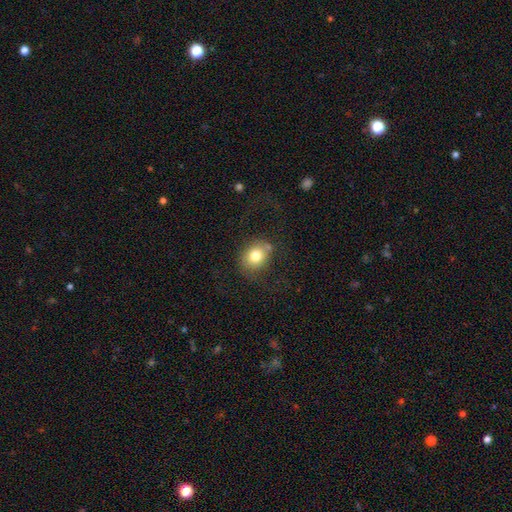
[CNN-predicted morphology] The model was most divided on "how rounded": round: 55%, in between: 44%, cigar-shaped: 1%. More confident: smooth or featured — smooth (78%); merging — none (67%).